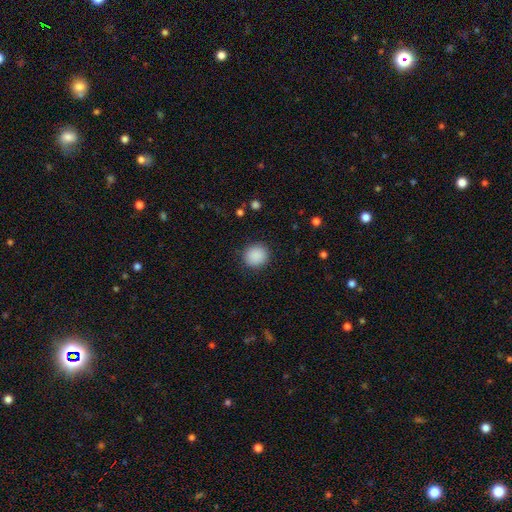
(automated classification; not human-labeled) smooth-or-featured: smooth: 89% | star or artifact: 8% | featured or disk: 3%
  how-rounded: round: 89% | in between: 10% | cigar-shaped: 1%
  merging: none: 90% | minor disturbance: 7% | major disturbance: 2% | merger: 1%